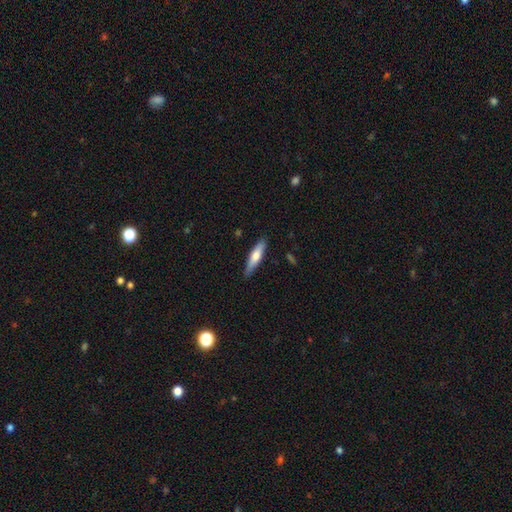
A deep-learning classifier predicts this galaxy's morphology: Overall: smooth (61%; featured or disk 34%). How rounded: cigar-shaped (75%). Merging: none (85%).